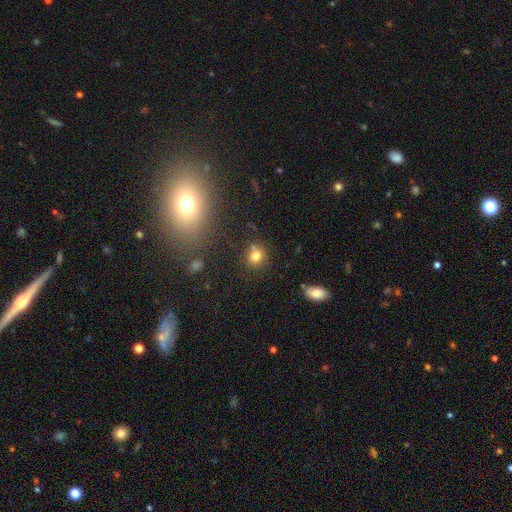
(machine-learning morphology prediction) smooth 77%, star or artifact 14%, featured or disk 9%. Down the decision tree: how rounded — round (77%); merging — none (70%).